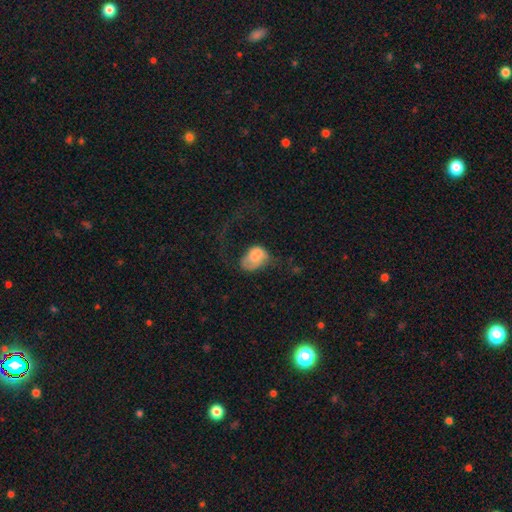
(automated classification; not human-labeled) This appears to be a smooth galaxy with no disk features (65%) that is in between round and cigar-shaped (77%). Merging: major disturbance (45%).